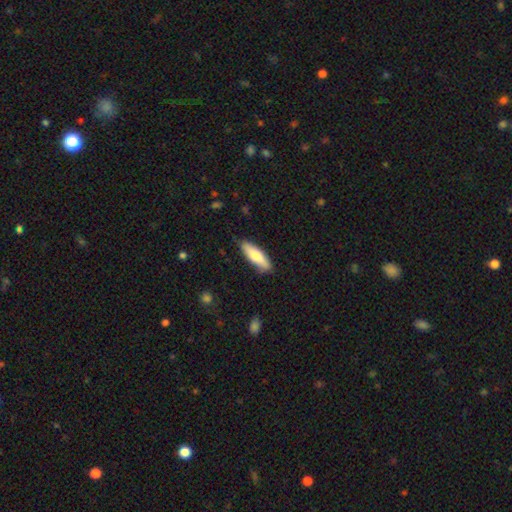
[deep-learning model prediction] This is likely a smooth galaxy (74%). How rounded: possibly in between (52%). Merging: clearly none (83%).